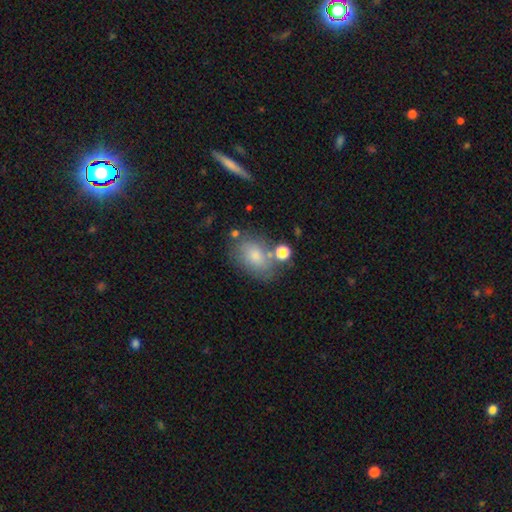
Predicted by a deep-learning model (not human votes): smooth 74%, featured or disk 16%, star or artifact 10%. Down the decision tree: how rounded — in between (76%); merging — none (61%).